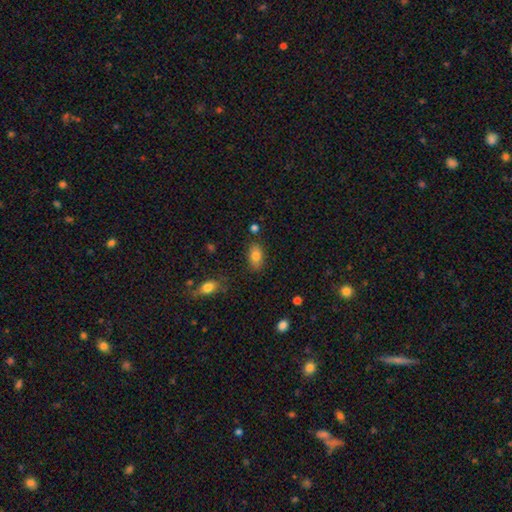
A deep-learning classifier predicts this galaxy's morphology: The model was most divided on "merging": none: 81%, minor disturbance: 12%, merger: 3%, major disturbance: 3%. More confident: how rounded — in between (90%); smooth or featured — smooth (82%).